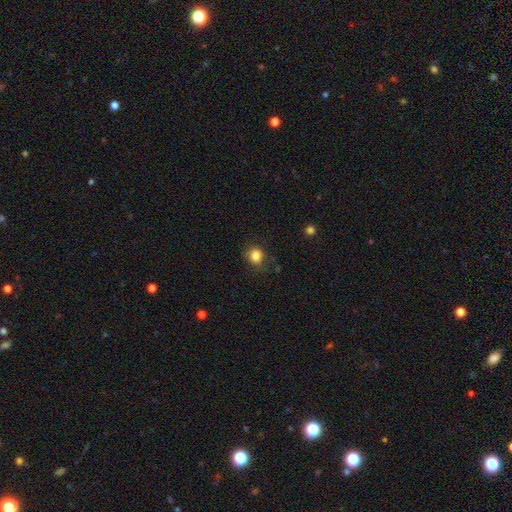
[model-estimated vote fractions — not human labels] Overall: smooth (84%). How rounded: round (73%). Merging: none (76%).